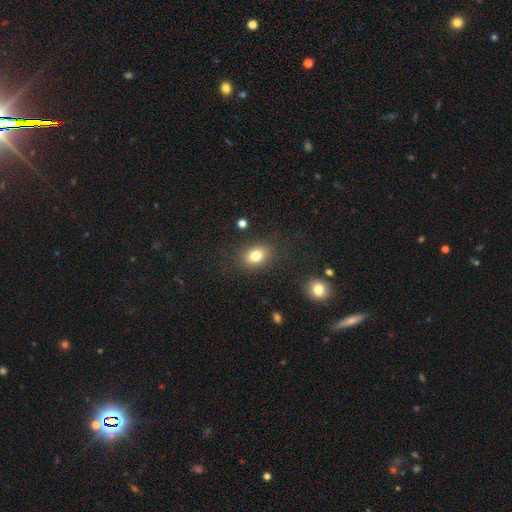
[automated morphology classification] A smooth galaxy with no disk features (80%) that is in between round and cigar-shaped (69%). Merging: none (84%).